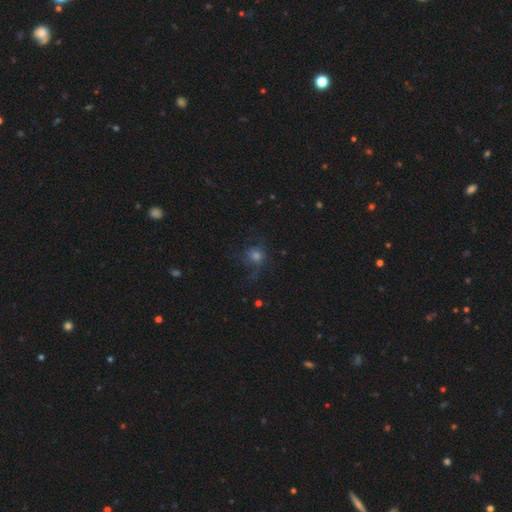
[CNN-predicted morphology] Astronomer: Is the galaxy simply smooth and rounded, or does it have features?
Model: smooth — 54%.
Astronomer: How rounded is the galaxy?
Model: round — 82%.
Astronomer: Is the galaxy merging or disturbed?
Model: none — 55%.